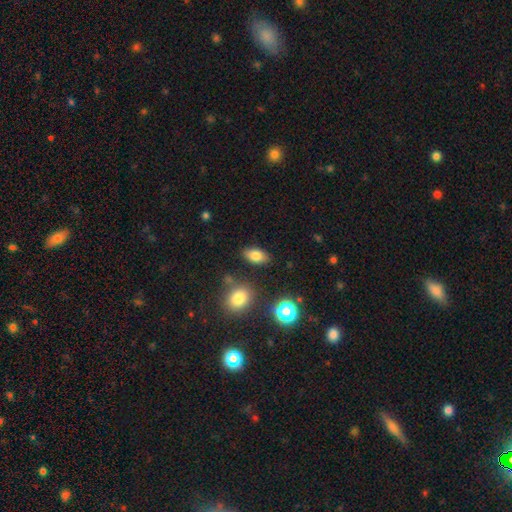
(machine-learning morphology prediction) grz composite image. It shows a smooth galaxy with no disk features (80%) that is in between round and cigar-shaped (89%). Merging: none (83%).